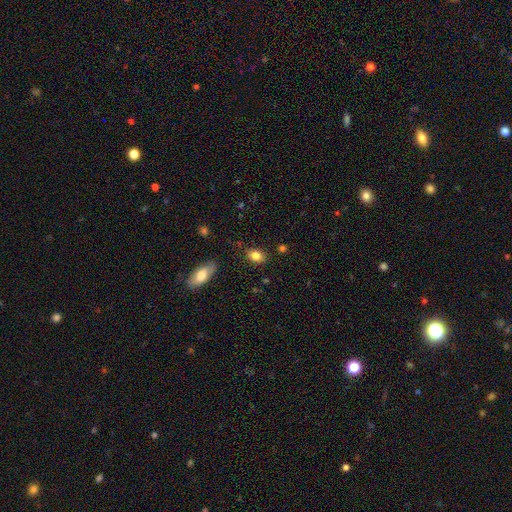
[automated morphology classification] smooth-or-featured: smooth: 83% | star or artifact: 9% | featured or disk: 8%
  how-rounded: in between: 79% | round: 19% | cigar-shaped: 2%
  merging: none: 85% | minor disturbance: 11% | major disturbance: 2% | merger: 2%